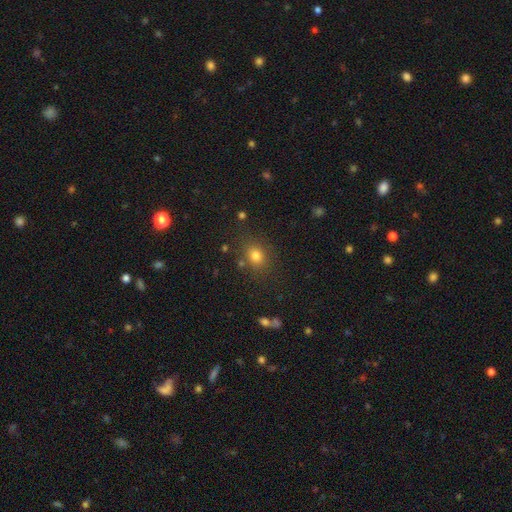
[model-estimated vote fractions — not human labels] Smooth or featured? smooth (77%)
How rounded? round (62%)
Merging? none (81%)